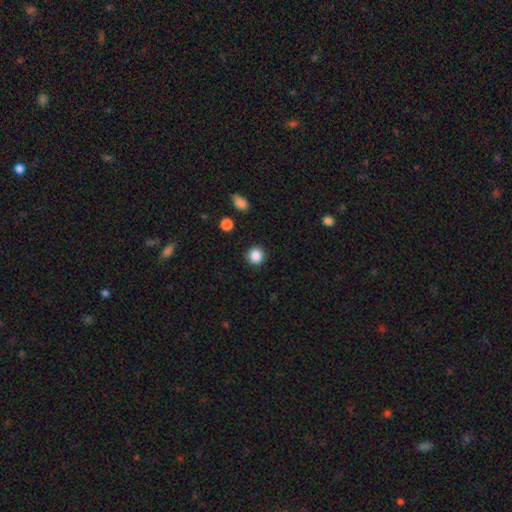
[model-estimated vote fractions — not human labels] smooth 87%, star or artifact 10%, featured or disk 3%. Down the decision tree: how rounded — round (94%); merging — none (91%).